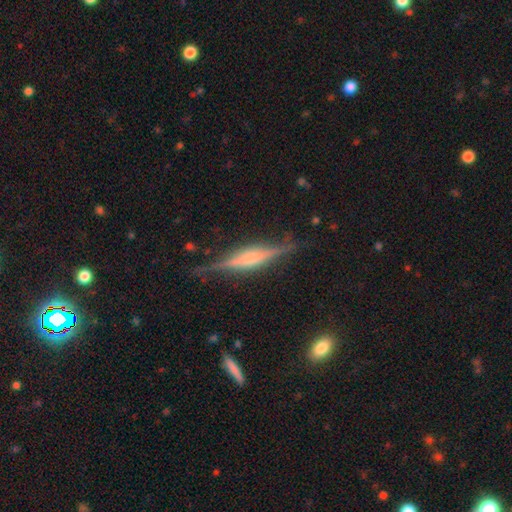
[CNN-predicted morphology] A featured or disk galaxy (75%) viewed edge-on (96%) with a rounded central bulge (55%).

Vote fractions:
- Smooth or featured? featured or disk: 75% / smooth: 18% / star or artifact: 7%
- Edge-on disk? yes: 96% / no: 4%
- Edge-on bulge? rounded: 55% / boxy: 30% / none: 15%
- Merging? none: 79% / minor disturbance: 15% / major disturbance: 4% / merger: 2%